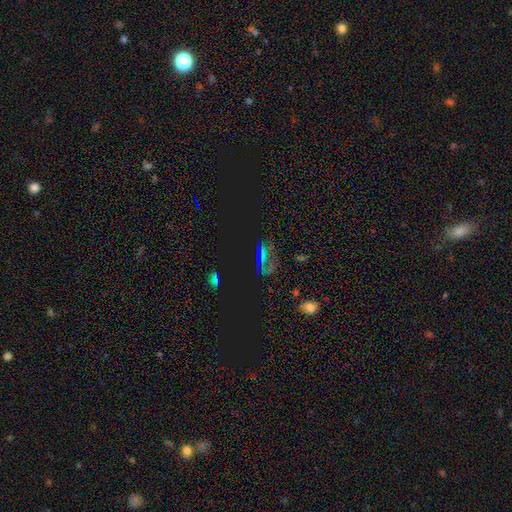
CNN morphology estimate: A star or artifact, not a galaxy (52%).